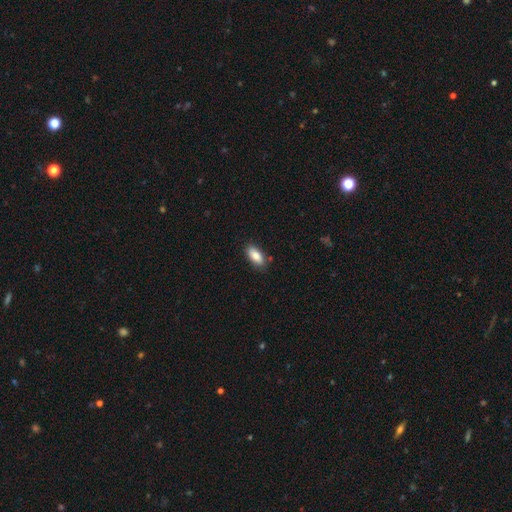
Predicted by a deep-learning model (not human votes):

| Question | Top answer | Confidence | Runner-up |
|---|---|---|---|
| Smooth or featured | smooth | 86% | featured or disk (7%) |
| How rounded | in between | 88% | cigar-shaped (10%) |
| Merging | none | 83% | minor disturbance (13%) |